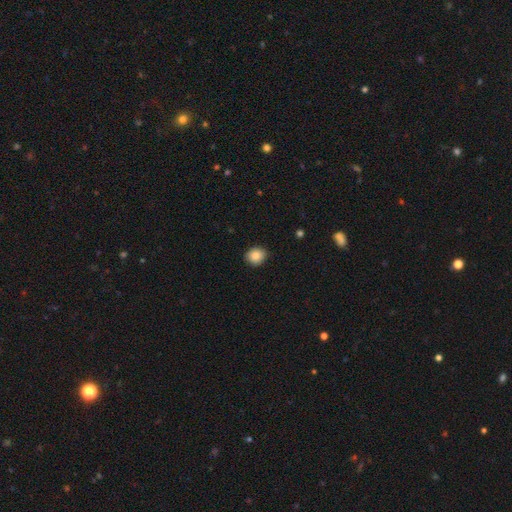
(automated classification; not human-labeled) Morphology: type=smooth (85%); roundness=round (74%); merging=none (85%).